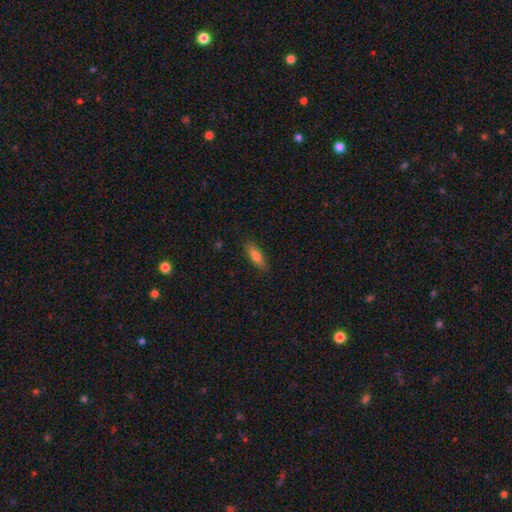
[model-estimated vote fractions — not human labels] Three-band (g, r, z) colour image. It shows a smooth galaxy with no disk features (74%) that is cigar-shaped (51%). Merging: none (85%).